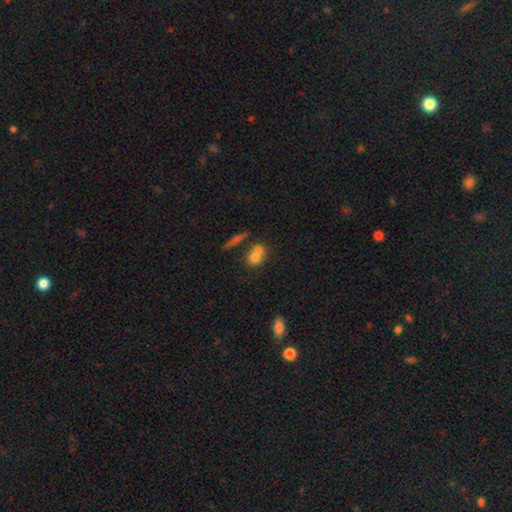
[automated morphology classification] This is likely a smooth galaxy (69%). How rounded: likely round (66%). Merging: possibly merger (56%).